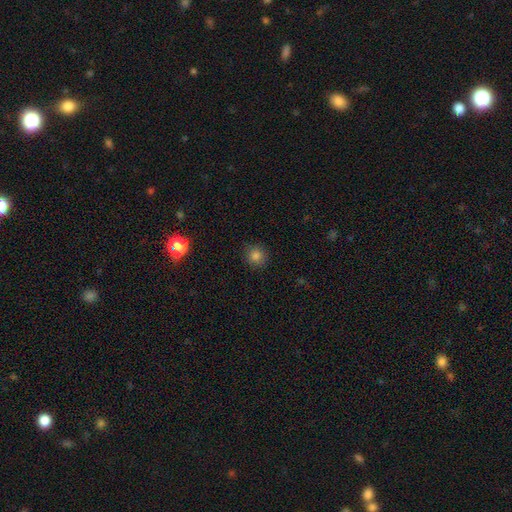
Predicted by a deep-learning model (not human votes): Smooth or featured: smooth — 81% (star or artifact — 14%)
How rounded: round — 93% (in between — 6%)
Merging: none — 90% (minor disturbance — 7%)